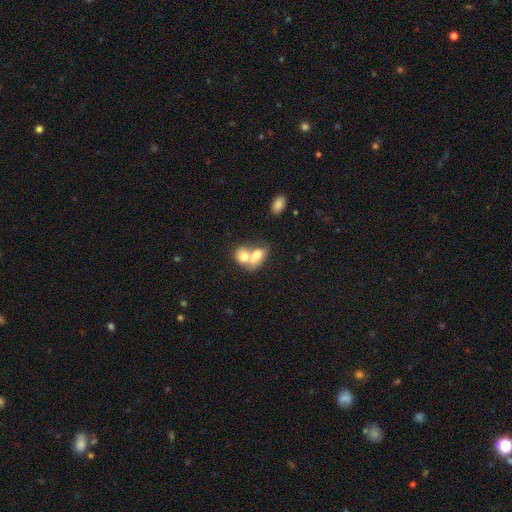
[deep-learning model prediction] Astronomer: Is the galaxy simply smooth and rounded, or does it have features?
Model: smooth — 70%.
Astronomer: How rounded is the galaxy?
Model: in between — 71%.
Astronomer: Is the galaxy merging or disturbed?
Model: merger — 75%.